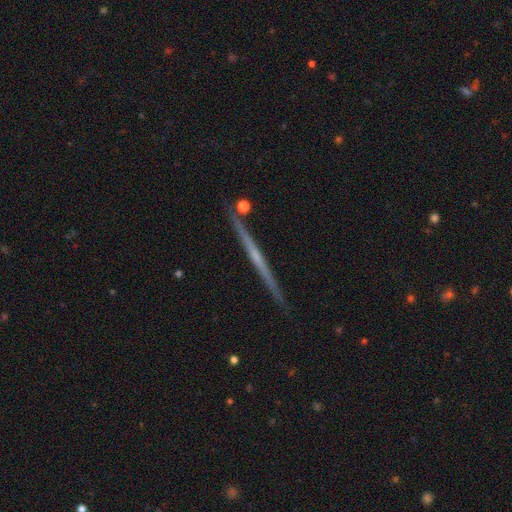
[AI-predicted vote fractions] Smooth or featured?
  - featured or disk: 75% *
  - smooth: 19%
  - star or artifact: 6%
Edge-on disk?
  - yes: 98% *
  - no: 2%
Edge-on bulge?
  - none: 60% *
  - rounded: 34%
  - boxy: 6%
Merging?
  - none: 91% *
  - minor disturbance: 6%
  - merger: 2%
  - major disturbance: 1%